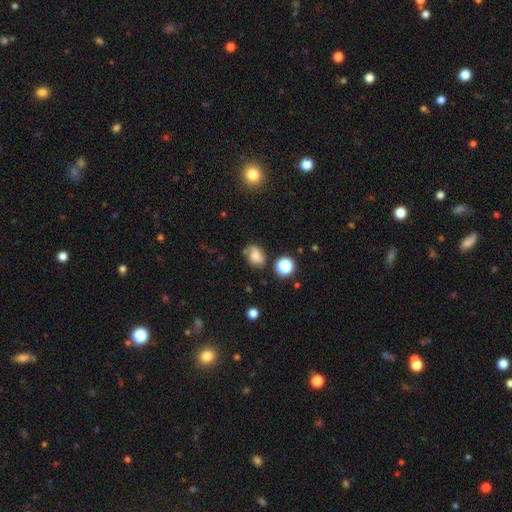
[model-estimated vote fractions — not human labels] Overall: smooth (60%; featured or disk 26%). How rounded: in between (61%; round 38%). Merging: none (59%; minor disturbance 26%).